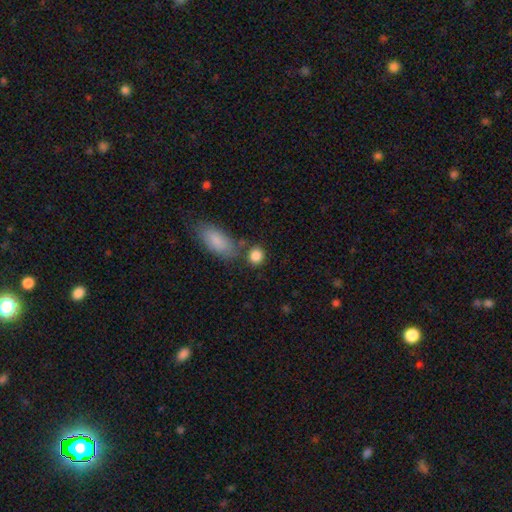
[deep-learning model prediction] smooth-or-featured: smooth: 86% | star or artifact: 8% | featured or disk: 5%
  how-rounded: round: 76% | in between: 22% | cigar-shaped: 2%
  merging: none: 71% | merger: 13% | minor disturbance: 12% | major disturbance: 4%